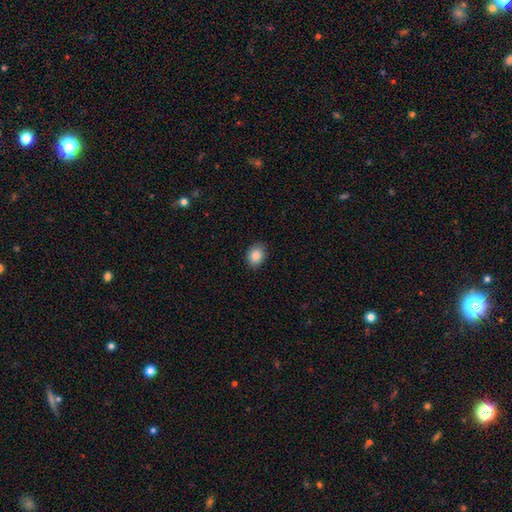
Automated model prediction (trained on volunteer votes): A smooth galaxy with no disk features (87%) that is in between round and cigar-shaped (64%). Merging: none (87%).